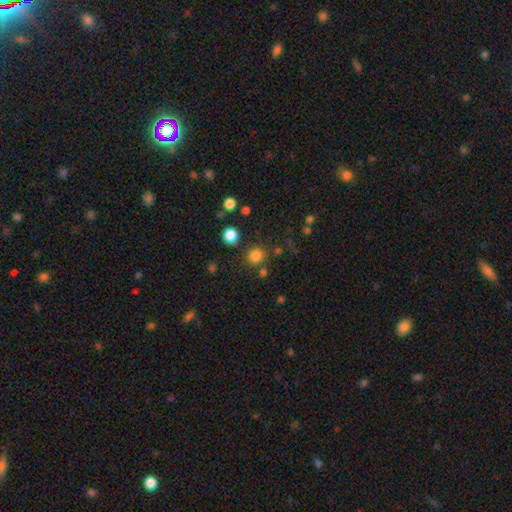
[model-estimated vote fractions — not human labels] smooth_or_featured: smooth (p=0.80) [alt: star or artifact p=0.15]
how_rounded: round (p=0.87) [alt: in between p=0.12]
merging: none (p=0.79) [alt: minor disturbance p=0.09]